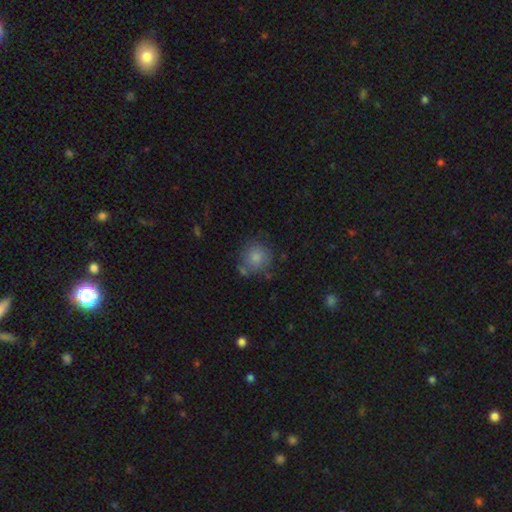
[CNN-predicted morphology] type=smooth (76%); roundness=round (90%); merging=none (74%).